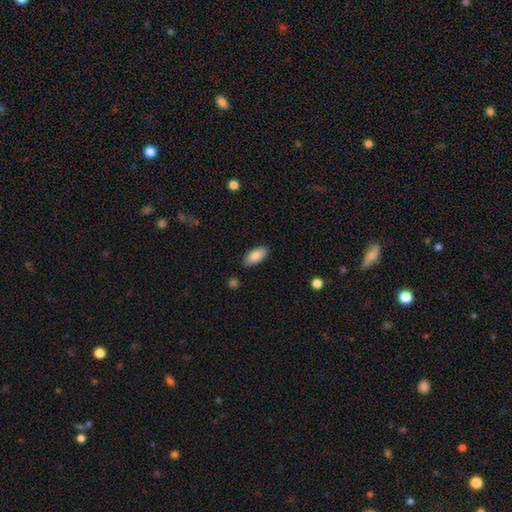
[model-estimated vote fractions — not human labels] Q: Smooth or featured?
A: smooth (85%); runner-up: featured or disk (9%)
Q: How rounded?
A: in between (91%); runner-up: cigar-shaped (7%)
Q: Merging?
A: none (85%); runner-up: minor disturbance (11%)